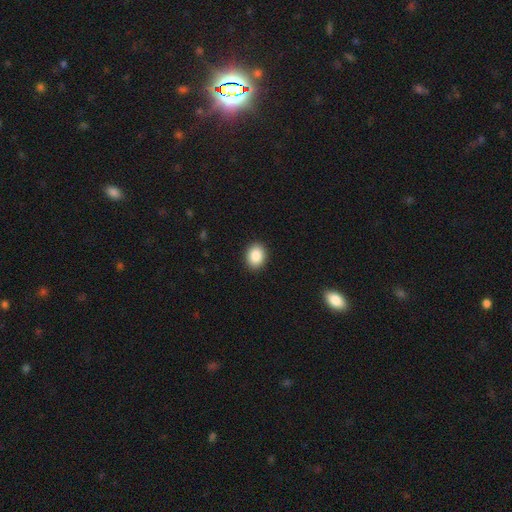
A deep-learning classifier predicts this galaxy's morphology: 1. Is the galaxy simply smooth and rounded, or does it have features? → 88% smooth, 8% star or artifact, 4% featured or disk.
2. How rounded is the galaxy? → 58% in between, 41% round, 1% cigar-shaped.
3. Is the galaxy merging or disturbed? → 90% none, 7% minor disturbance, 2% major disturbance, 1% merger.